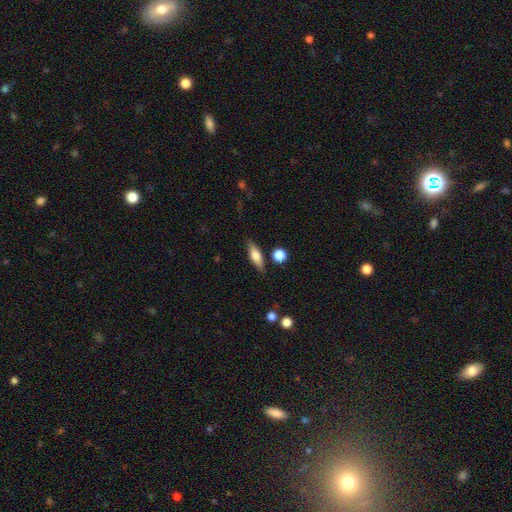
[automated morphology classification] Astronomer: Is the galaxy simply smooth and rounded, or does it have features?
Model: smooth — 64%.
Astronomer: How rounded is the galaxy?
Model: in between — 53% (runner-up: cigar-shaped, 43%).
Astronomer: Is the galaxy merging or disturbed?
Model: none — 83%.